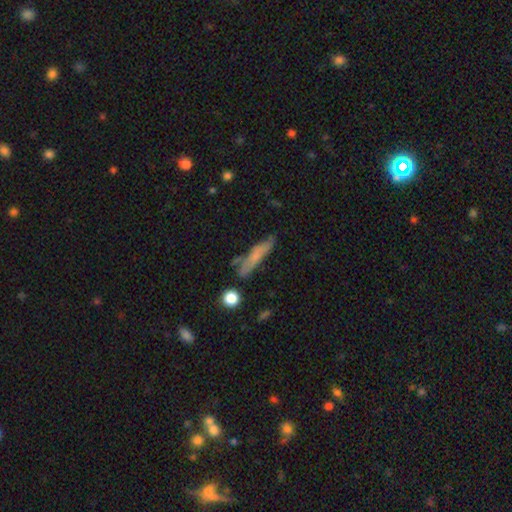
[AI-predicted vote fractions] smooth_or_featured: smooth (p=0.65) [alt: featured or disk p=0.26]
how_rounded: cigar-shaped (p=0.85) [alt: in between p=0.12]
merging: none (p=0.68) [alt: minor disturbance p=0.20]